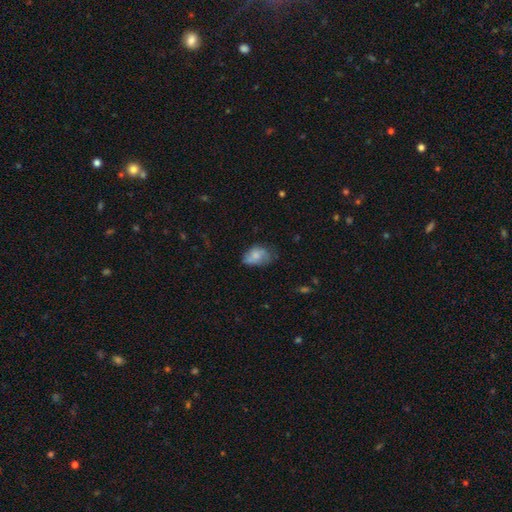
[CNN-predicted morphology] type=smooth (69%); roundness=in between (85%); merging=none (48%).